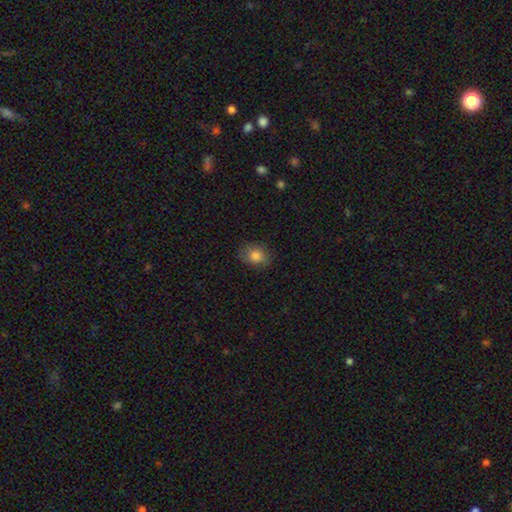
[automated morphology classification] The model was most divided on "how rounded": in between: 57%, round: 42%, cigar-shaped: 1%. More confident: smooth or featured — smooth (82%); merging — none (79%).